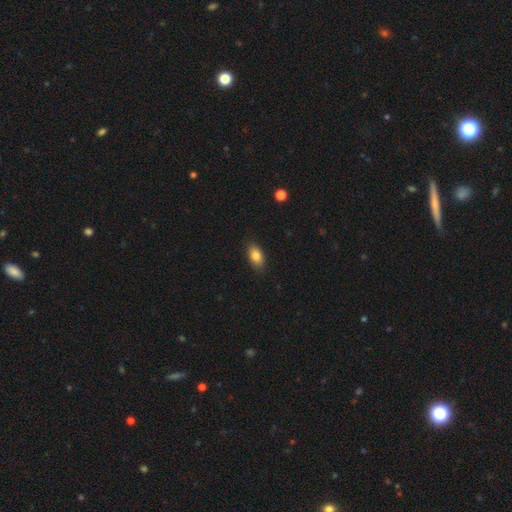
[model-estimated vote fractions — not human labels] Smooth or featured: smooth — 84% (featured or disk — 8%)
How rounded: in between — 91% (round — 6%)
Merging: none — 87% (minor disturbance — 10%)